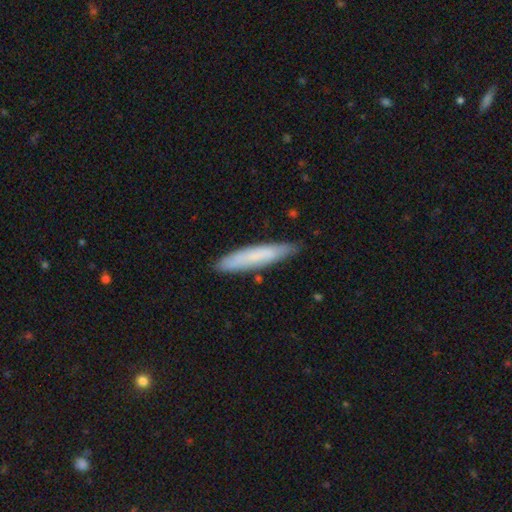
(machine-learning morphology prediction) Smooth or featured? smooth (71%)
How rounded? cigar-shaped (88%)
Merging? none (81%)